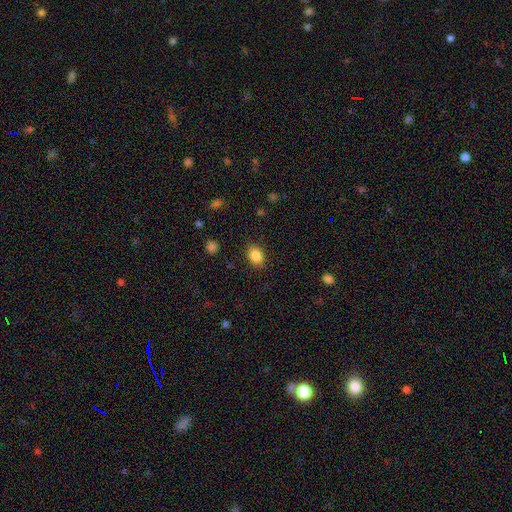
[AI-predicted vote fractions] A smooth galaxy with no disk features (86%) that is in between round and cigar-shaped (70%).

Vote fractions:
- Smooth or featured? smooth: 86% / star or artifact: 9% / featured or disk: 5%
- How rounded? in between: 70% / round: 29% / cigar-shaped: 1%
- Merging? none: 87% / minor disturbance: 9% / major disturbance: 3% / merger: 1%